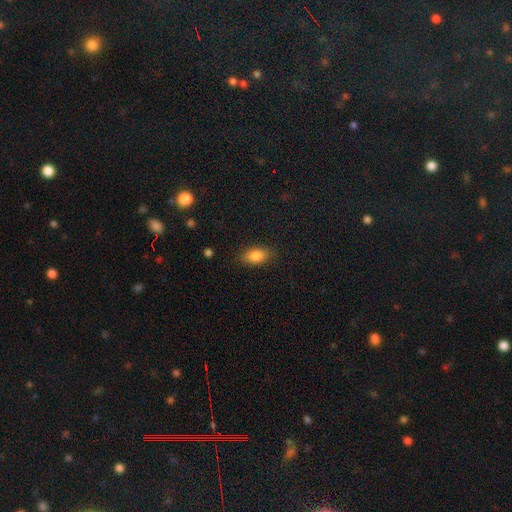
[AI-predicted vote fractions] Smooth or featured: smooth — 86% (star or artifact — 8%)
How rounded: in between — 89% (round — 7%)
Merging: none — 85% (minor disturbance — 11%)